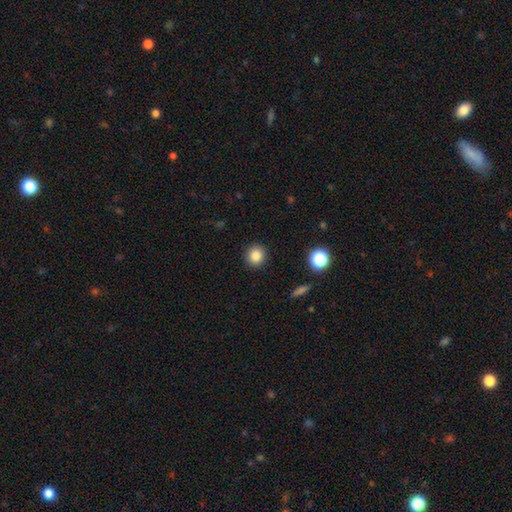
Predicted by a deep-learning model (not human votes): Smooth or featured: smooth — 85% (star or artifact — 11%)
How rounded: round — 87% (in between — 12%)
Merging: none — 91% (minor disturbance — 6%)